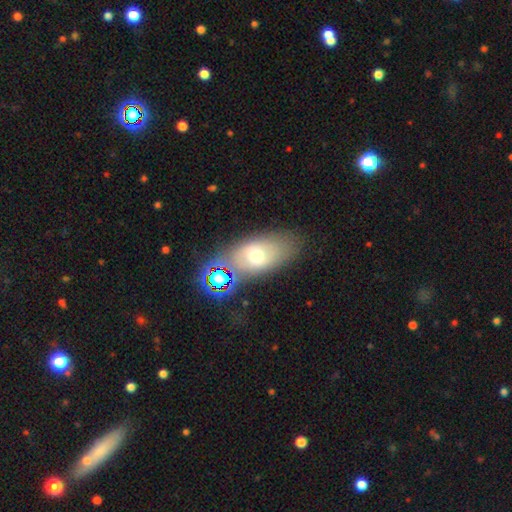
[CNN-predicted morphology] A smooth galaxy with no disk features (59%) that is in between round and cigar-shaped (85%). Merging: none (68%).